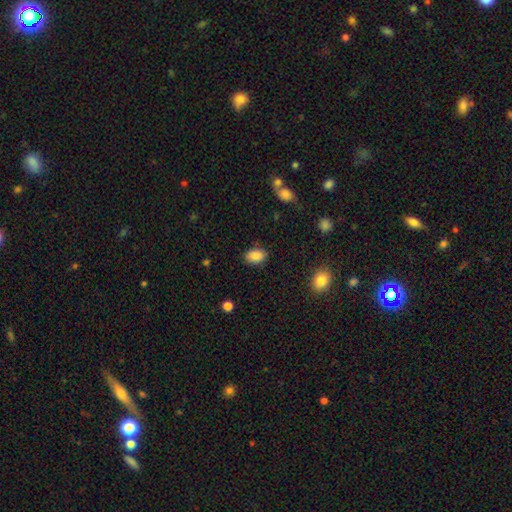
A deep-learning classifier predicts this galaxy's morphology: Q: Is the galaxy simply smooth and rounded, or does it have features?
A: smooth — 86%.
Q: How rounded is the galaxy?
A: in between — 83%.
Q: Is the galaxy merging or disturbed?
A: none — 86%.